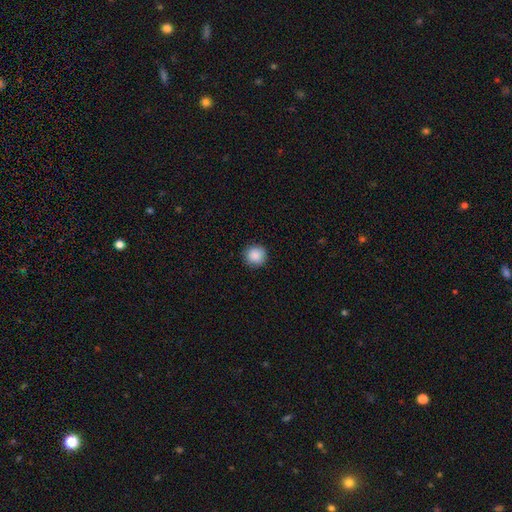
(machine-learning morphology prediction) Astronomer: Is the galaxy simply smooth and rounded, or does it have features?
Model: smooth — 89%.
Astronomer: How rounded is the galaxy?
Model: round — 94%.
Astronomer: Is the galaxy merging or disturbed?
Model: none — 90%.